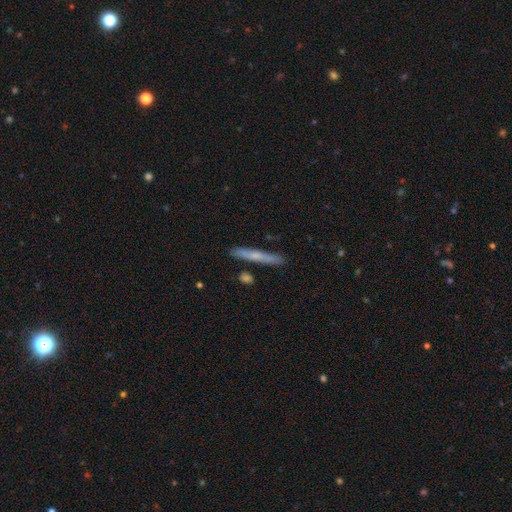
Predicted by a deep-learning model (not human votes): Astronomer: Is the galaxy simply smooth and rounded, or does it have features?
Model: smooth — 55% (runner-up: featured or disk, 39%).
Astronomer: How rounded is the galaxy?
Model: cigar-shaped — 95%.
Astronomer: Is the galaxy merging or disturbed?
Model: none — 86%.